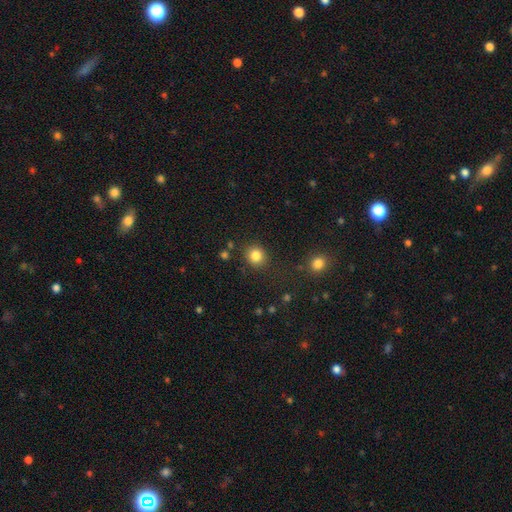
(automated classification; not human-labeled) This appears to be a smooth galaxy with no disk features (84%) that is round (85%). Merging: none (86%).